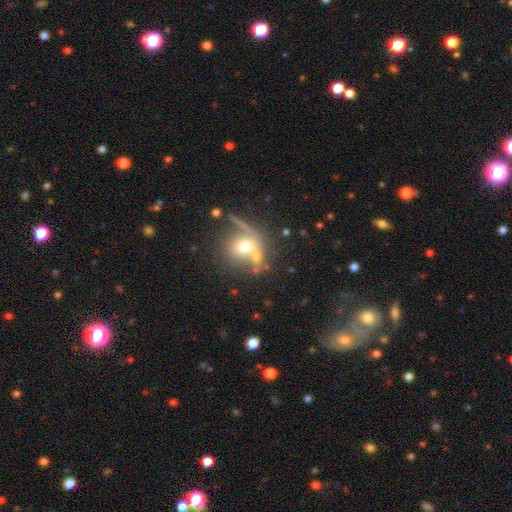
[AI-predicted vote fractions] Overall: smooth (62%; featured or disk 24%). How rounded: round (78%). Merging: none (43%; merger 35%).